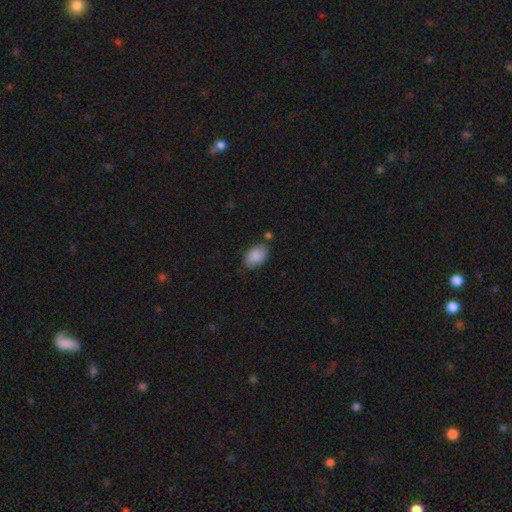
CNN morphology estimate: Smooth or featured?
  - smooth: 88% *
  - star or artifact: 7%
  - featured or disk: 5%
How rounded?
  - in between: 89% *
  - round: 10%
  - cigar-shaped: 1%
Merging?
  - none: 73% *
  - minor disturbance: 19%
  - merger: 5%
  - major disturbance: 4%